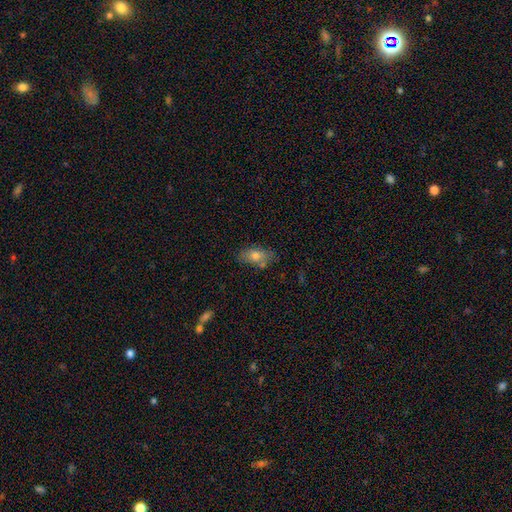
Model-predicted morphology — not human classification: This appears to be a smooth galaxy with no disk features (73%) that is in between round and cigar-shaped (86%). Merging: none (71%).